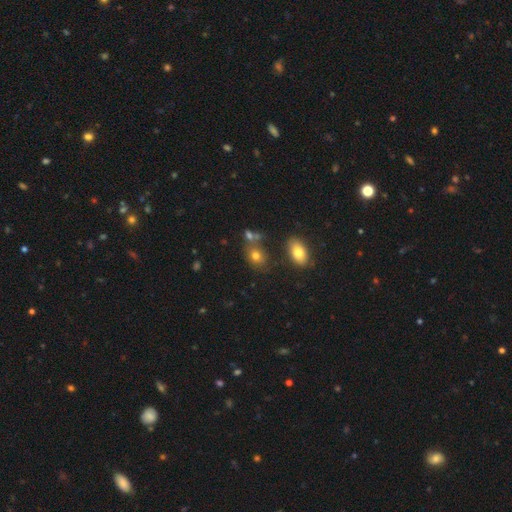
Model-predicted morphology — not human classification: smooth-or-featured: smooth: 75% | star or artifact: 13% | featured or disk: 12%
  how-rounded: in between: 59% | round: 39% | cigar-shaped: 2%
  merging: none: 58% | merger: 21% | minor disturbance: 15% | major disturbance: 6%